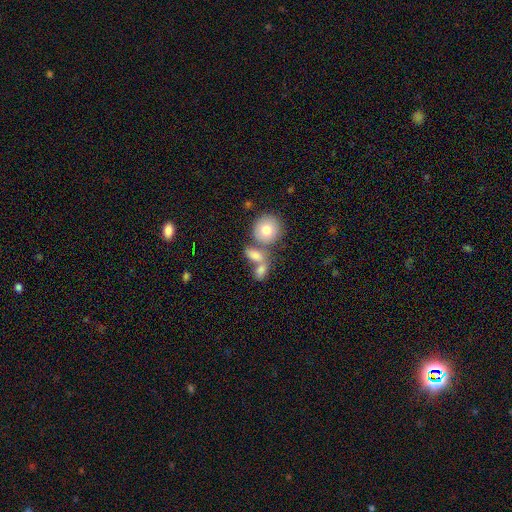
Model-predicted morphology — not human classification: smooth_or_featured: smooth (p=0.74) [alt: featured or disk p=0.16]
how_rounded: in between (p=0.66) [alt: round p=0.29]
merging: merger (p=0.48) [alt: none p=0.35]